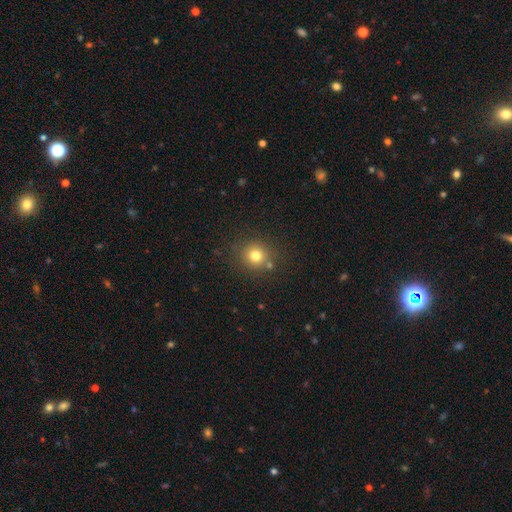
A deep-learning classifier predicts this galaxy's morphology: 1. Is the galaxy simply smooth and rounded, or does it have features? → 77% smooth, 15% star or artifact, 8% featured or disk.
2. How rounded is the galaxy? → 87% round, 12% in between, 1% cigar-shaped.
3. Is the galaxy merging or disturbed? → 80% none, 9% minor disturbance, 8% merger, 3% major disturbance.